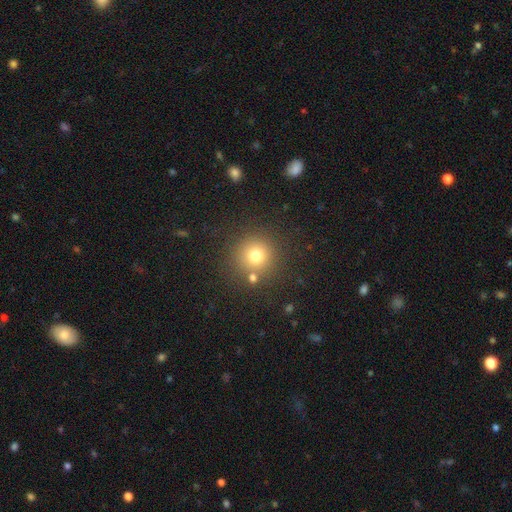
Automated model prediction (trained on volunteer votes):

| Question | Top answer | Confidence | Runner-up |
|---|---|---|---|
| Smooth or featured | smooth | 75% | star or artifact (16%) |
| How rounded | round | 94% | in between (5%) |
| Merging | none | 81% | minor disturbance (8%) |